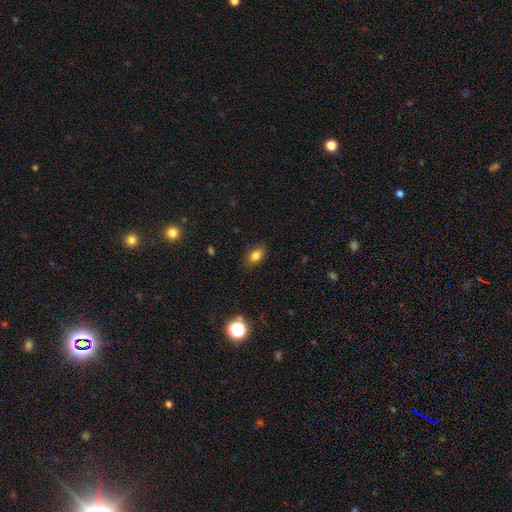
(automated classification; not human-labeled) smooth-or-featured: smooth: 79% | star or artifact: 11% | featured or disk: 10%
  how-rounded: in between: 82% | round: 14% | cigar-shaped: 4%
  merging: none: 83% | minor disturbance: 13% | major disturbance: 3% | merger: 1%